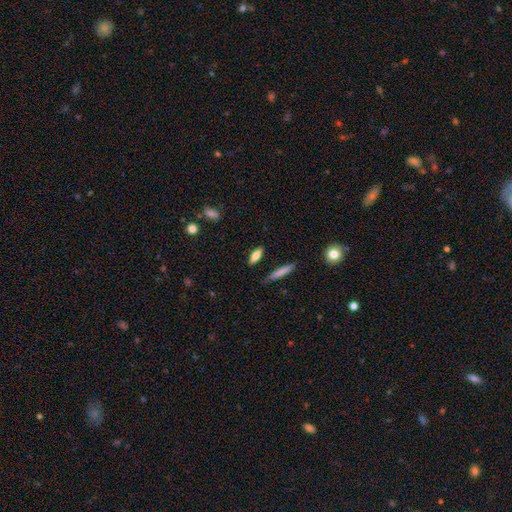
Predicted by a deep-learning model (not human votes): A smooth galaxy with no disk features (77%) that is in between round and cigar-shaped (53%).

Vote fractions:
- Smooth or featured? smooth: 77% / featured or disk: 16% / star or artifact: 7%
- How rounded? in between: 53% / cigar-shaped: 44% / round: 3%
- Merging? none: 83% / minor disturbance: 11% / major disturbance: 3% / merger: 2%